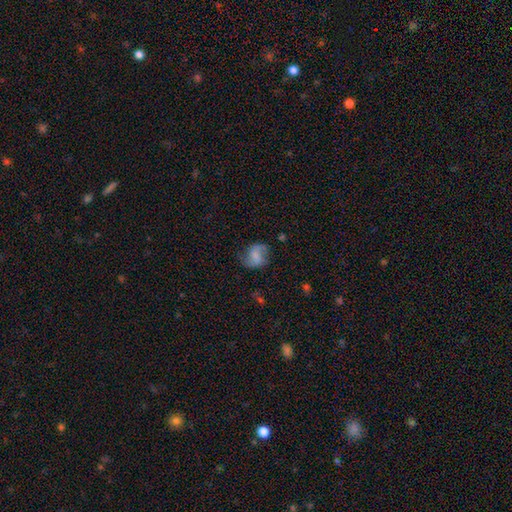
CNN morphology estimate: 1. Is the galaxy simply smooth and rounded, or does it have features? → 49% featured or disk, 42% smooth, 9% star or artifact.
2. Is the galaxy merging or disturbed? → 65% none, 22% minor disturbance, 11% major disturbance, 2% merger.